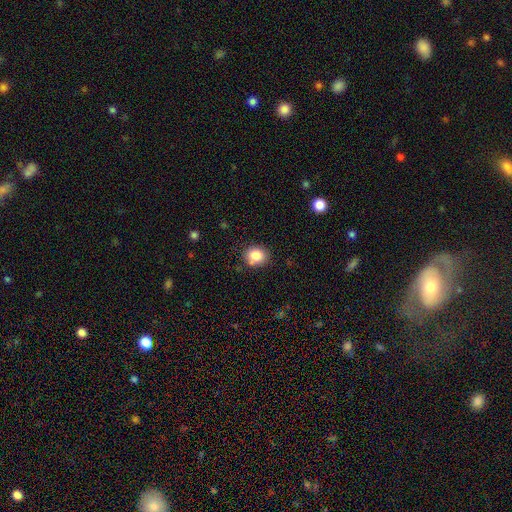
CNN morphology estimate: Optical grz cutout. It shows a smooth galaxy with no disk features (83%) that is round (72%). Merging: none (79%).